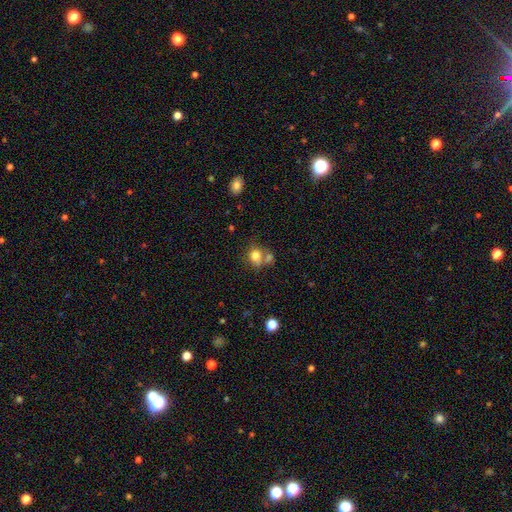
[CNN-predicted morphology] Overall: smooth (77%). How rounded: round (67%; in between 32%). Merging: none (46%; merger 35%).